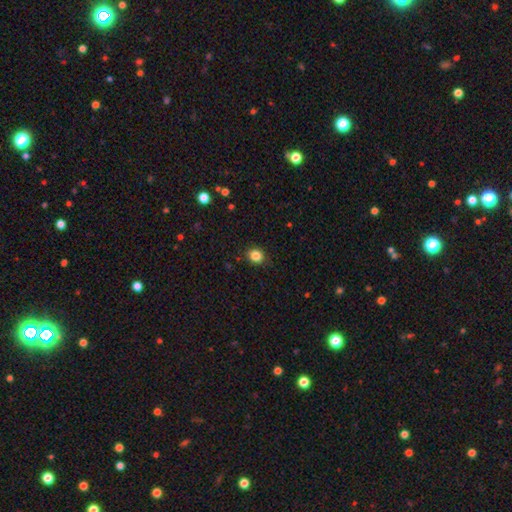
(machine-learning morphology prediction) Smooth or featured? smooth (85%)
How rounded? round (71%)
Merging? none (87%)